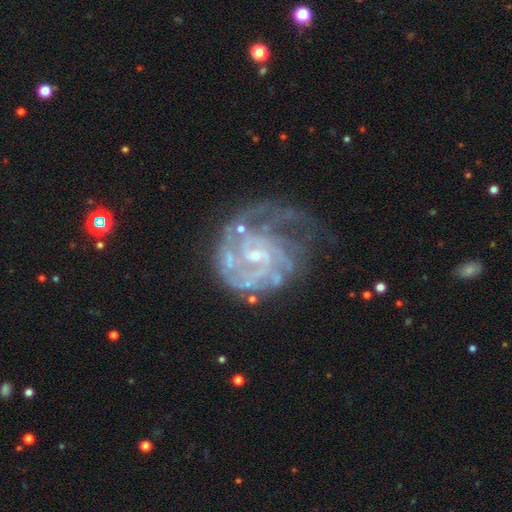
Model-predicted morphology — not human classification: A featured or disk galaxy (87%) with no bar (48%), tight (64%) spiral arms (94%) and a small central bulge (60%). Merging: none (49%).